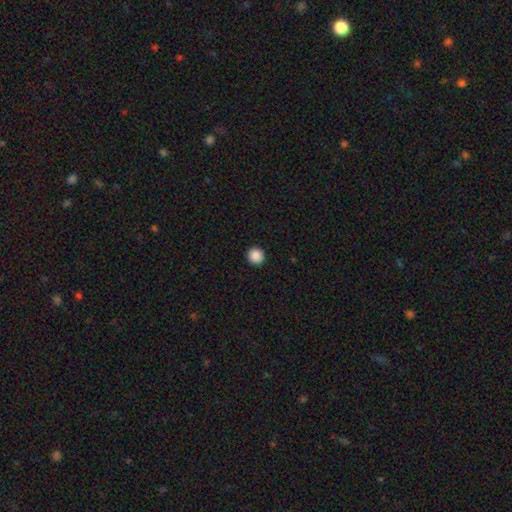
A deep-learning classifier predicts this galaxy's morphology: A smooth galaxy with no disk features (88%) that is round (95%). Merging: none (93%).